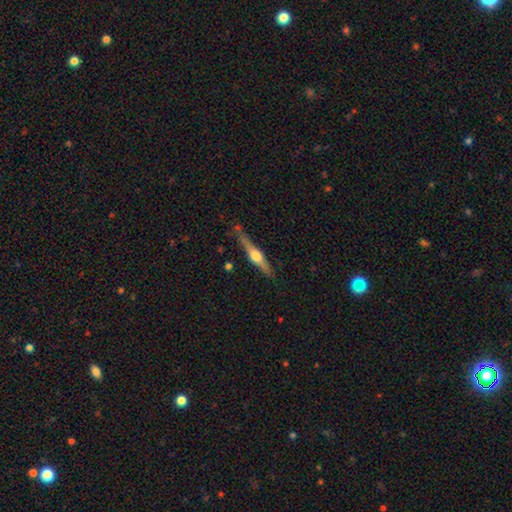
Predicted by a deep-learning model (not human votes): This is likely a featured or disk galaxy (72%). It is clearly viewed edge-on (97%). Edge-on bulge: clearly rounded (94%). Merging: likely none (79%).